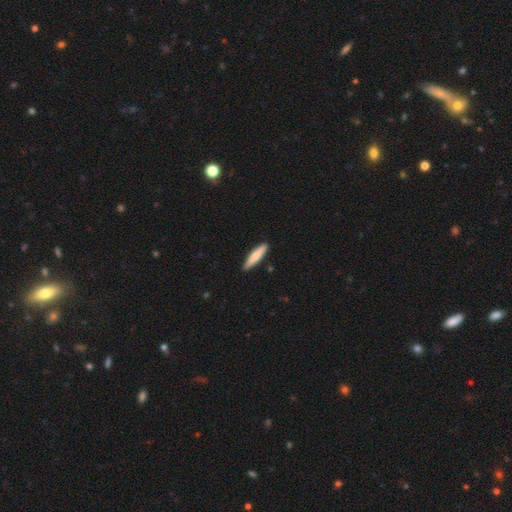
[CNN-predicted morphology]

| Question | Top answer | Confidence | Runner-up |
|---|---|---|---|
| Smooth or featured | smooth | 77% | featured or disk (18%) |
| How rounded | cigar-shaped | 86% | in between (13%) |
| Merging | none | 89% | minor disturbance (8%) |